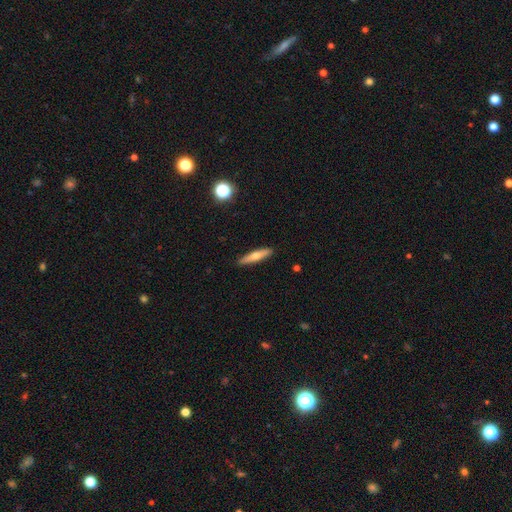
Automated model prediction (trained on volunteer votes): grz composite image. It shows a smooth galaxy with no disk features (52%) that is cigar-shaped (84%). Merging: none (91%).